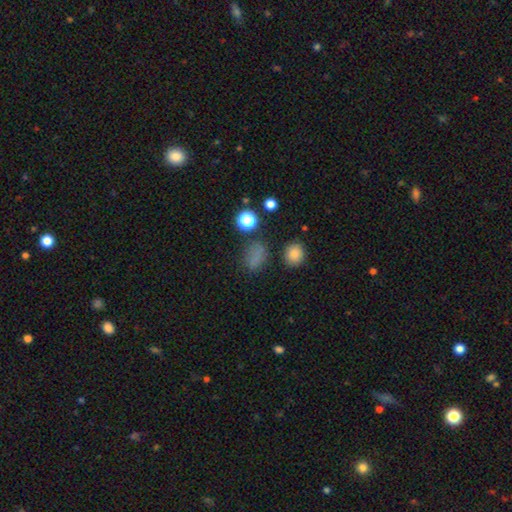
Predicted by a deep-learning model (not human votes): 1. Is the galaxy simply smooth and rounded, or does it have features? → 70% smooth, 23% star or artifact, 7% featured or disk.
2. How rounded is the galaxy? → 66% in between, 31% round, 3% cigar-shaped.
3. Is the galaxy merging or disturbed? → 66% none, 18% minor disturbance, 10% major disturbance, 6% merger.